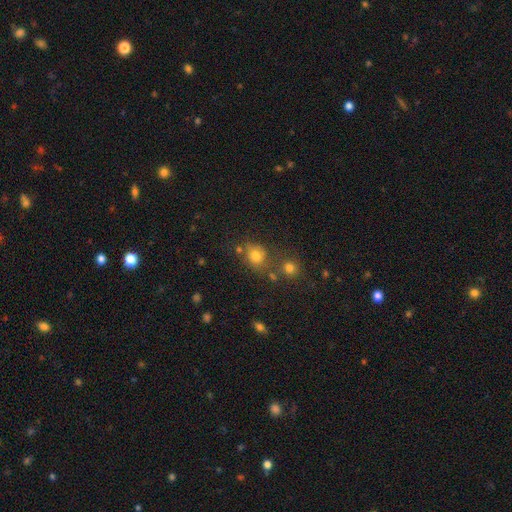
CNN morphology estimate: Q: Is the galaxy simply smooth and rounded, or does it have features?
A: smooth — 75%.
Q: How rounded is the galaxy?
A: round — 73%.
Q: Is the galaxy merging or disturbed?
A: none — 62%.